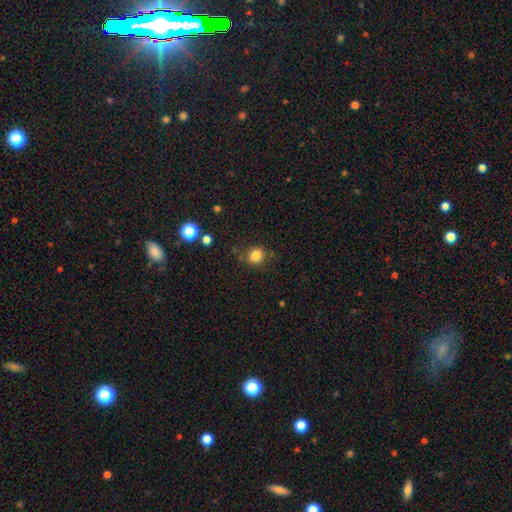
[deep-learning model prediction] A smooth galaxy with no disk features (83%) that is round (73%).

Vote fractions:
- Smooth or featured? smooth: 83% / star or artifact: 12% / featured or disk: 5%
- How rounded? round: 73% / in between: 26% / cigar-shaped: 1%
- Merging? none: 81% / minor disturbance: 12% / major disturbance: 4% / merger: 3%